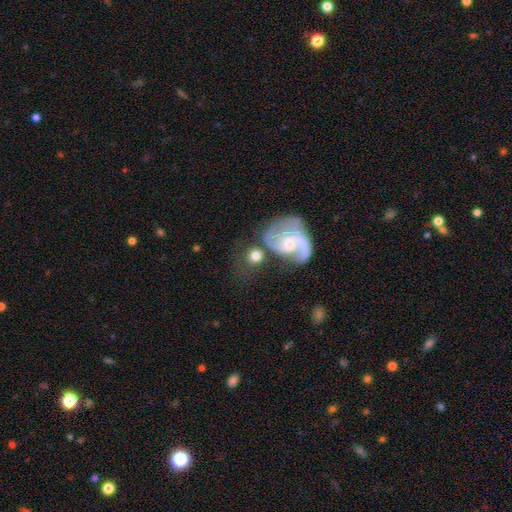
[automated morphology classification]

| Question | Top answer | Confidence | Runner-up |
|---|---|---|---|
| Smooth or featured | smooth | 56% | featured or disk (36%) |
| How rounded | round | 82% | in between (16%) |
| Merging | none | 60% | merger (17%) |